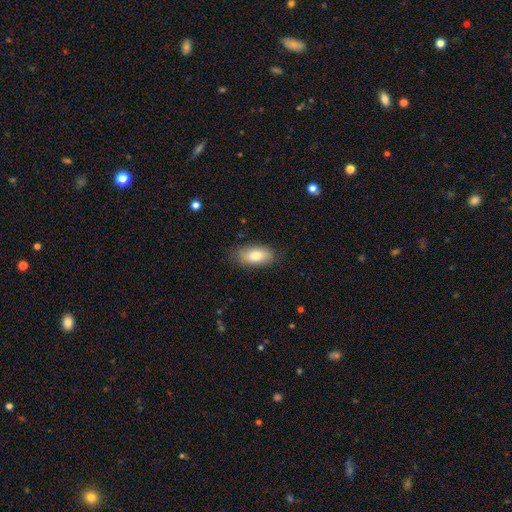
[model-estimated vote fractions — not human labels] A smooth galaxy with no disk features (80%) that is in between round and cigar-shaped (90%). Merging: none (82%).